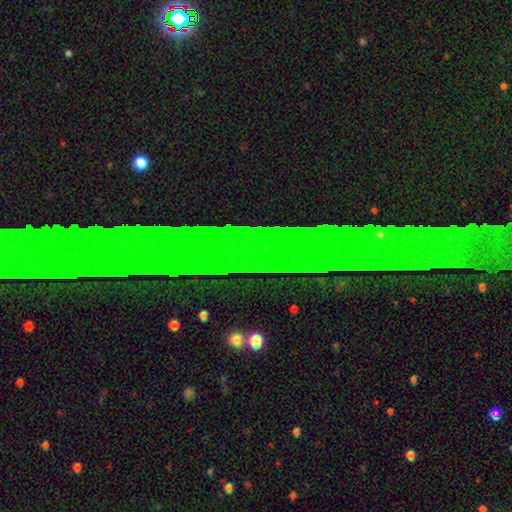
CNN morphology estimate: Overall: star or artifact (77%).